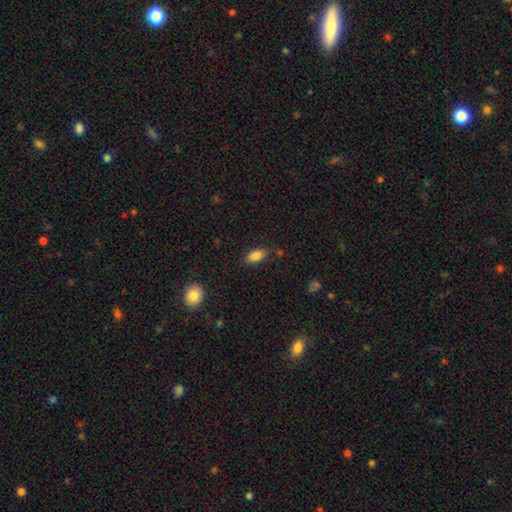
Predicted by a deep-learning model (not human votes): Smooth or featured?
  - smooth: 84% *
  - star or artifact: 9%
  - featured or disk: 8%
How rounded?
  - in between: 88% *
  - cigar-shaped: 8%
  - round: 4%
Merging?
  - none: 80% *
  - minor disturbance: 14%
  - major disturbance: 3%
  - merger: 3%